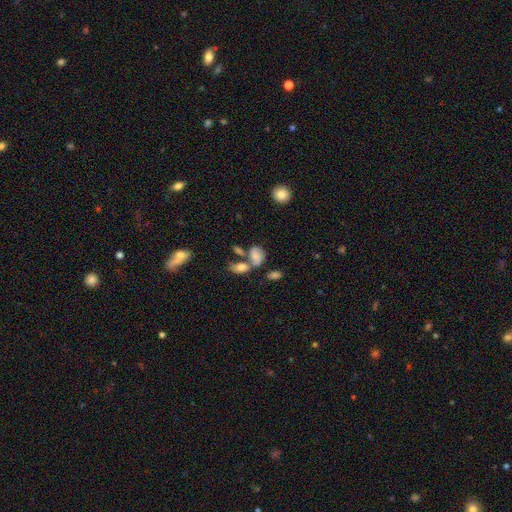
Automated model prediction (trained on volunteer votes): smooth-or-featured: smooth: 66% | featured or disk: 22% | star or artifact: 12%
  how-rounded: in between: 81% | round: 17% | cigar-shaped: 2%
  merging: merger: 43% | none: 30% | minor disturbance: 15% | major disturbance: 11%